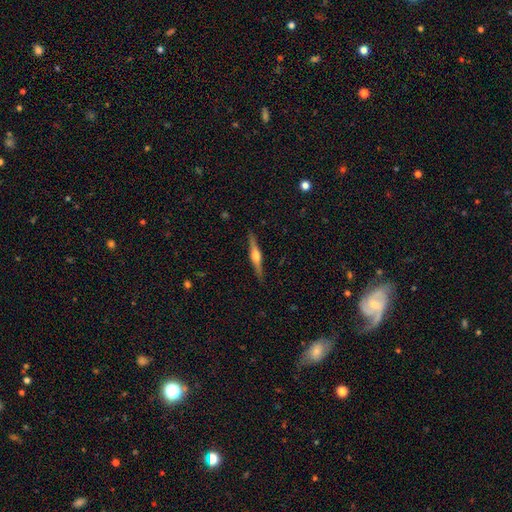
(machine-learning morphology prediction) A featured or disk galaxy (74%) viewed edge-on (98%) with a rounded central bulge (90%). Merging: none (90%).